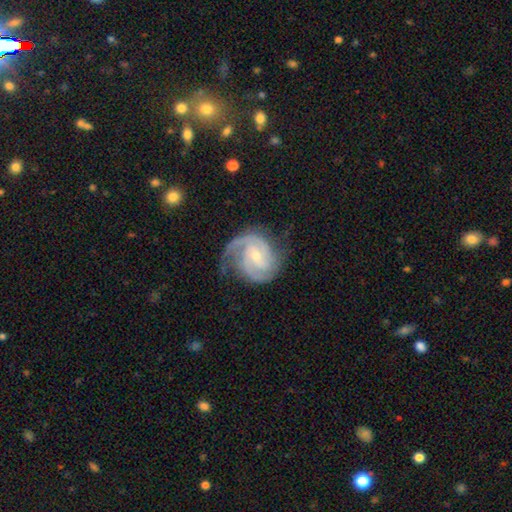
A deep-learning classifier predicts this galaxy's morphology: This is clearly a featured or disk galaxy (91%). It is clearly not viewed edge-on (98%). Bar: possibly no (50%). Spiral arm pattern: clearly yes (98%). Spiral arm count: marginally 2 (39%, tied with 3). Spiral winding: possibly tight (54%). Central bulge: likely small (65%). Merging: likely none (66%).